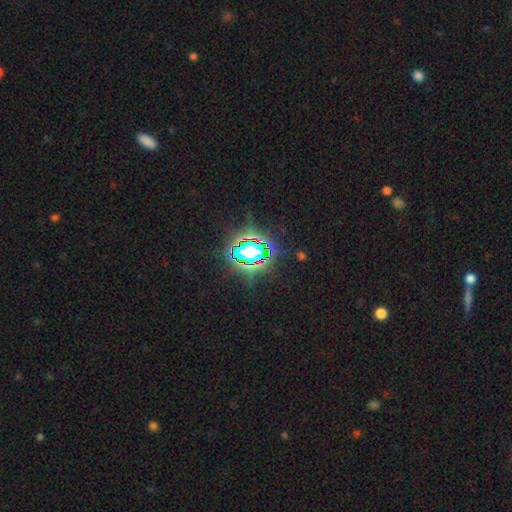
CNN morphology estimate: Q: Smooth or featured?
A: star or artifact (75%); runner-up: smooth (15%)